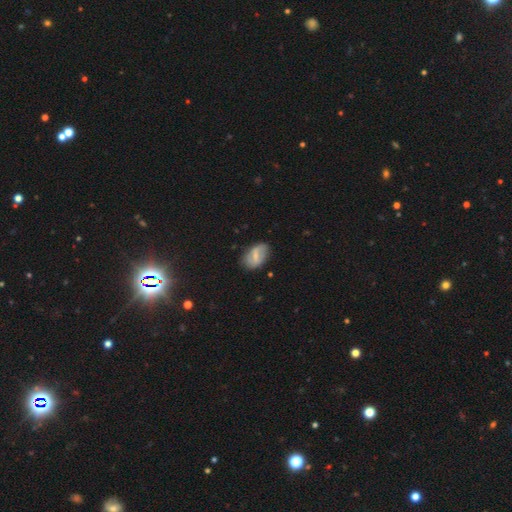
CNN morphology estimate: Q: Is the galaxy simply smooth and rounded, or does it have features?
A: smooth — 47%.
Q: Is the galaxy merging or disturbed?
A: none — 72%.